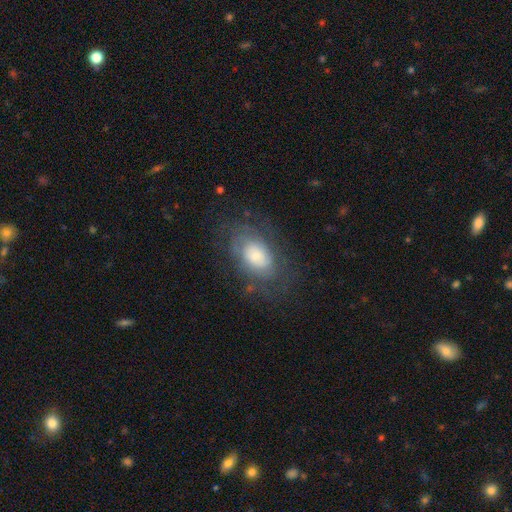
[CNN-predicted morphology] smooth 48%, featured or disk 43%, star or artifact 9%. Down the decision tree: merging — none (67%).